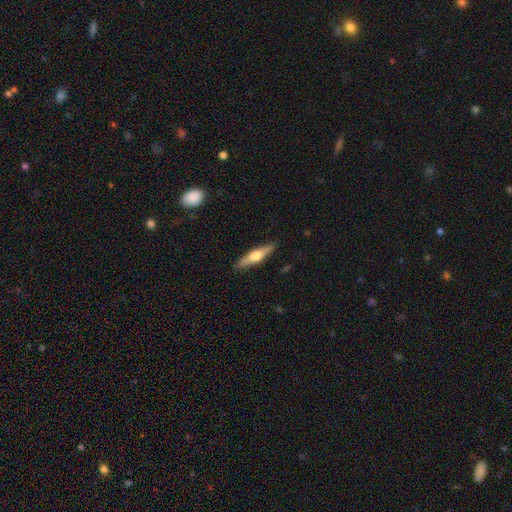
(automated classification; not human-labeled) A featured or disk galaxy (61%) viewed edge-on (96%) with a rounded central bulge (91%).

Vote fractions:
- Smooth or featured? featured or disk: 61% / smooth: 33% / star or artifact: 5%
- Edge-on disk? yes: 96% / no: 4%
- Edge-on bulge? rounded: 91% / boxy: 6% / none: 3%
- Merging? none: 89% / minor disturbance: 8% / major disturbance: 2% / merger: 1%